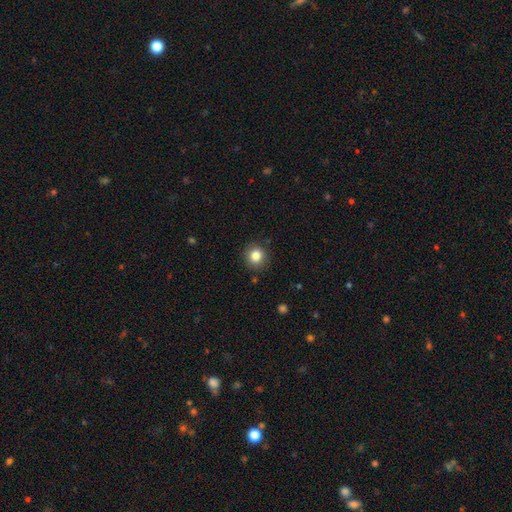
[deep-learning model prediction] A smooth galaxy with no disk features (82%) that is round (91%).

Vote fractions:
- Smooth or featured? smooth: 82% / star or artifact: 11% / featured or disk: 7%
- How rounded? round: 91% / in between: 8% / cigar-shaped: 1%
- Merging? none: 90% / minor disturbance: 7% / major disturbance: 2% / merger: 1%